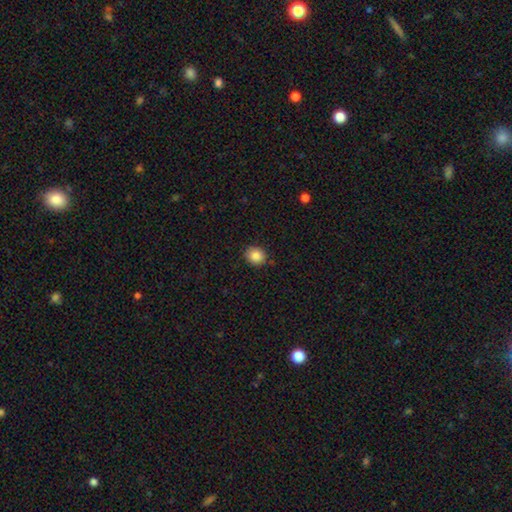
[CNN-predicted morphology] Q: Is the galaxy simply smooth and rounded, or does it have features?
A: smooth — 86%.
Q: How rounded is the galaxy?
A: round — 75%.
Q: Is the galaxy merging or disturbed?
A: none — 88%.